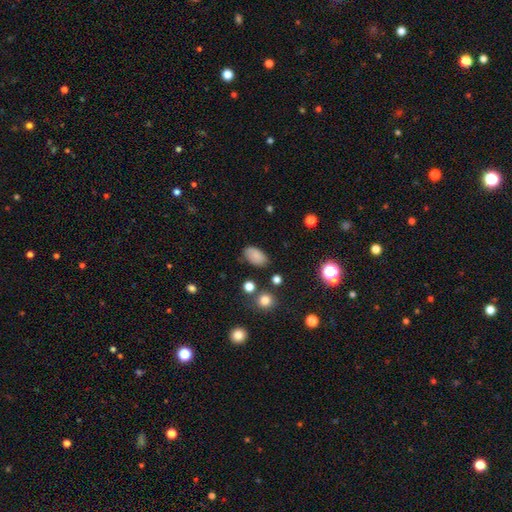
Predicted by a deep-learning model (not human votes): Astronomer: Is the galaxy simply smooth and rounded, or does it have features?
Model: smooth — 82%.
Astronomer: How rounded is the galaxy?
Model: in between — 92%.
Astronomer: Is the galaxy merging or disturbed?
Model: none — 78%.